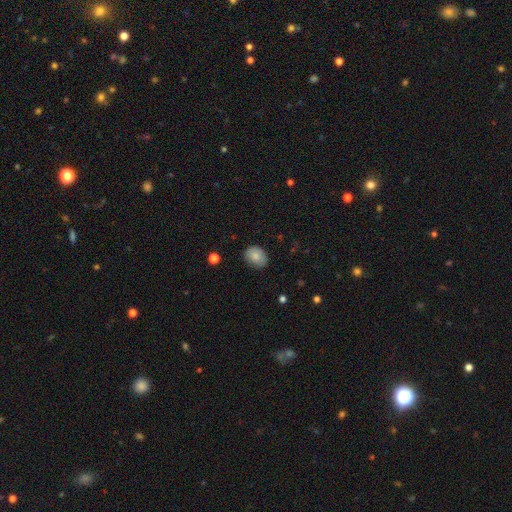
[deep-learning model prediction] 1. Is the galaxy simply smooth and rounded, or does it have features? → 81% smooth, 11% featured or disk, 7% star or artifact.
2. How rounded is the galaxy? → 55% in between, 44% round, 1% cigar-shaped.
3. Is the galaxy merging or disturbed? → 79% none, 17% minor disturbance, 3% major disturbance, 1% merger.